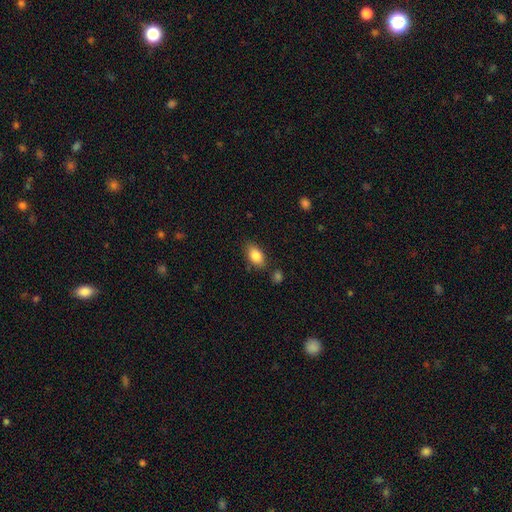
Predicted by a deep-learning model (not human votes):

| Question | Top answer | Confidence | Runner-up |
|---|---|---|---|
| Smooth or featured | smooth | 85% | featured or disk (8%) |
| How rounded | in between | 90% | round (7%) |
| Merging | none | 77% | minor disturbance (14%) |